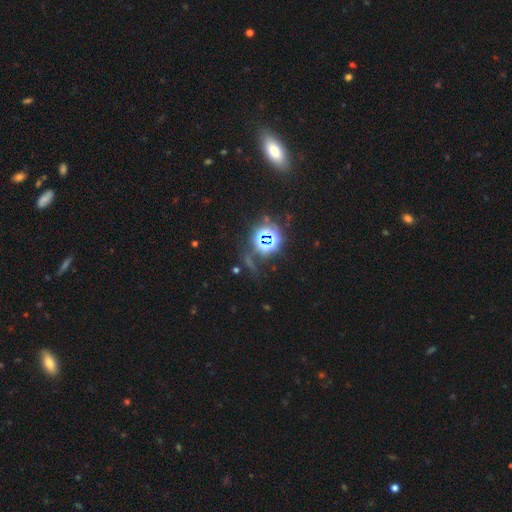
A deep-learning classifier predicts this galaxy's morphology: Smooth or featured?
  - star or artifact: 65% *
  - smooth: 20%
  - featured or disk: 15%